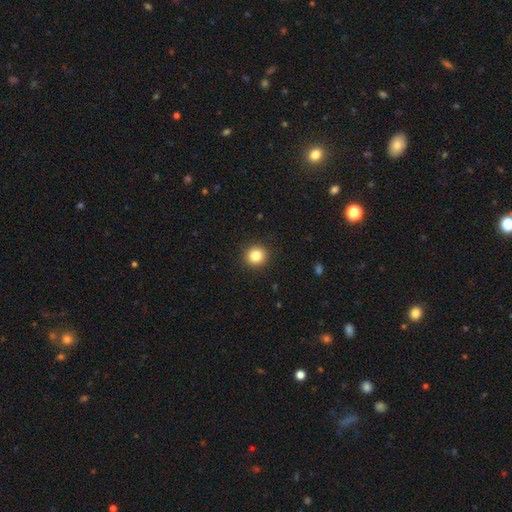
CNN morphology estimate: Overall: smooth (84%). How rounded: round (91%). Merging: none (92%).